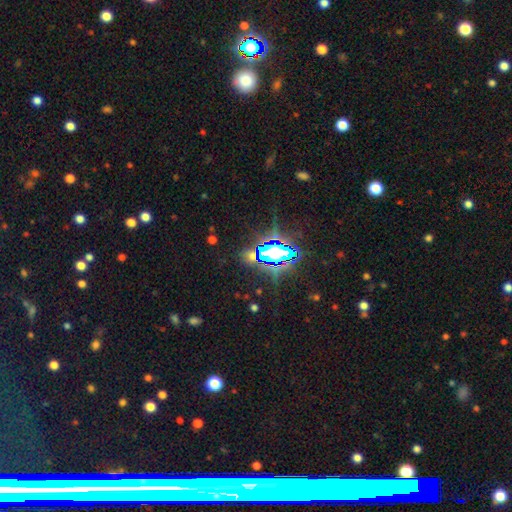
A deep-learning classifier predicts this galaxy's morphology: Smooth or featured?
  - star or artifact: 74% *
  - smooth: 15%
  - featured or disk: 11%